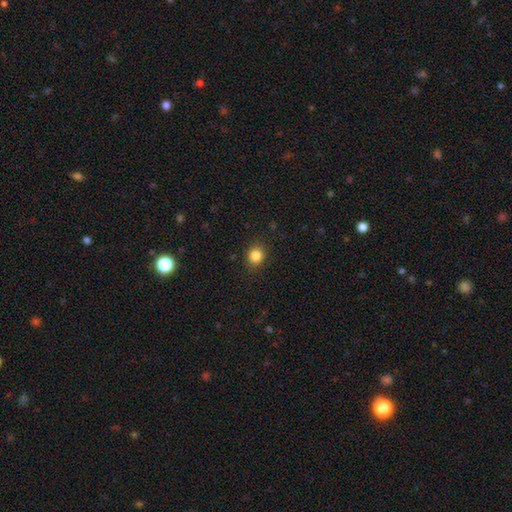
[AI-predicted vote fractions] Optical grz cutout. It shows a smooth galaxy with no disk features (85%) that is round (80%). Merging: none (89%).